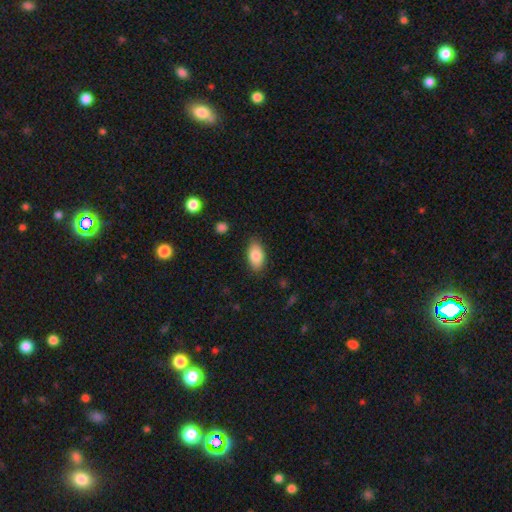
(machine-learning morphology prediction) smooth-or-featured: smooth: 82% | featured or disk: 11% | star or artifact: 7%
  how-rounded: in between: 93% | round: 5% | cigar-shaped: 3%
  merging: none: 84% | minor disturbance: 12% | major disturbance: 3% | merger: 1%